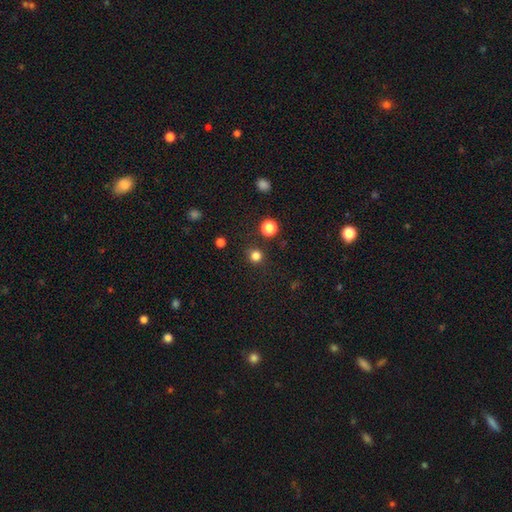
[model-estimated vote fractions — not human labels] Smooth or featured? smooth (80%)
How rounded? round (94%)
Merging? none (89%)